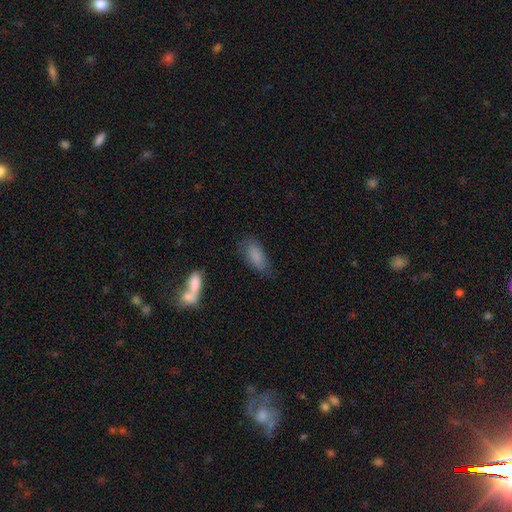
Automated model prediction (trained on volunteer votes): Smooth or featured? smooth (81%)
How rounded? in between (82%)
Merging? none (59%)